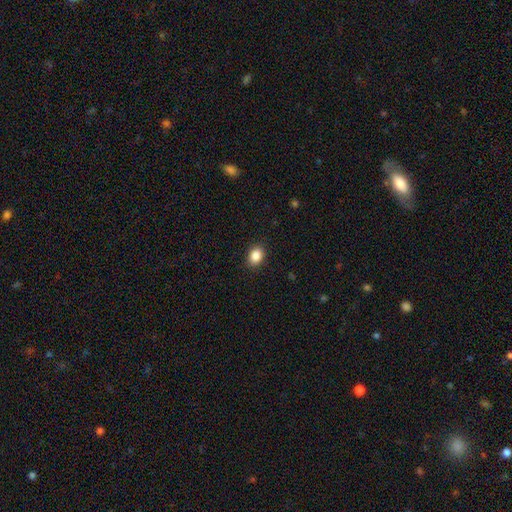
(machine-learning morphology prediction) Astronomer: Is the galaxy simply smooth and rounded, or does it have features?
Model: smooth — 87%.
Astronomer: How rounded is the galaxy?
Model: in between — 69%.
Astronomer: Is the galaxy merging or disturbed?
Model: none — 89%.